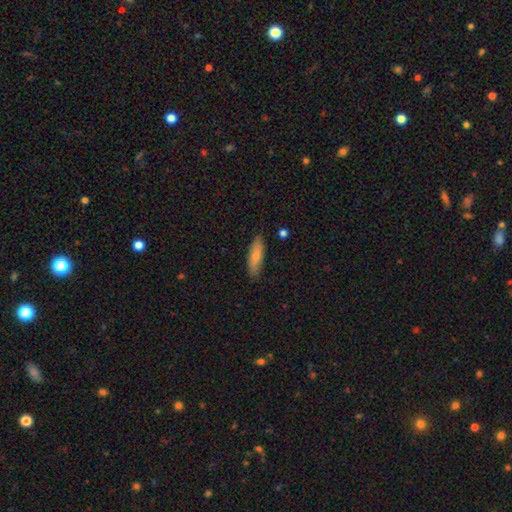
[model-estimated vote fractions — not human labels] A smooth galaxy with no disk features (68%) that is cigar-shaped (59%). Merging: none (85%).